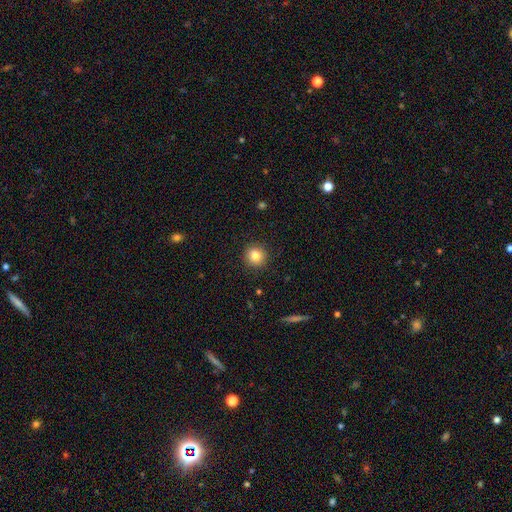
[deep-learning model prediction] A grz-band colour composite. It shows a smooth galaxy with no disk features (82%) that is round (93%). Merging: none (92%).